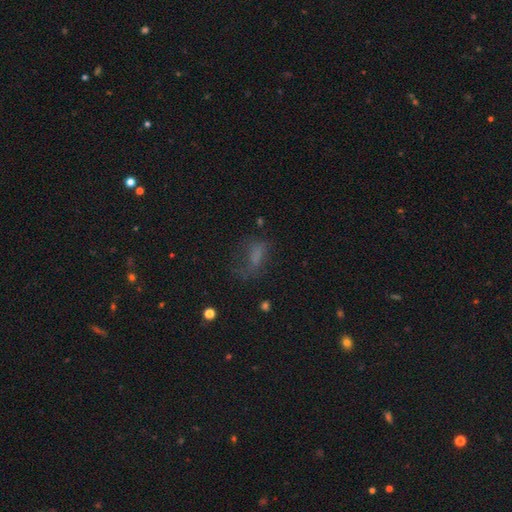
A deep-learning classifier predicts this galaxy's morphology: Smooth or featured? smooth (53%)
How rounded? in between (75%)
Merging? none (42%)